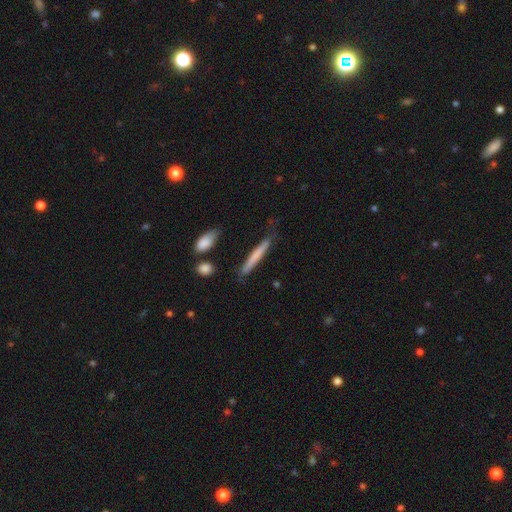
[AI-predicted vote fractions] Smooth or featured?
  - smooth: 67% *
  - featured or disk: 27%
  - star or artifact: 6%
How rounded?
  - cigar-shaped: 95% *
  - in between: 4%
  - round: 1%
Merging?
  - none: 77% *
  - minor disturbance: 16%
  - major disturbance: 4%
  - merger: 3%